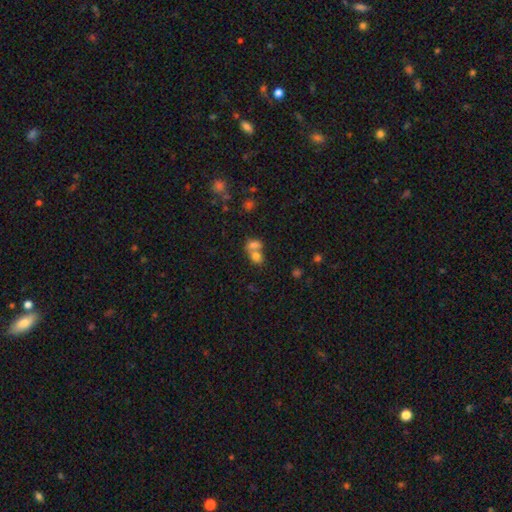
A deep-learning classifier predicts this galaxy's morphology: This is possibly a smooth galaxy (50%). How rounded: likely round (61%). Merging: marginally none (45%).